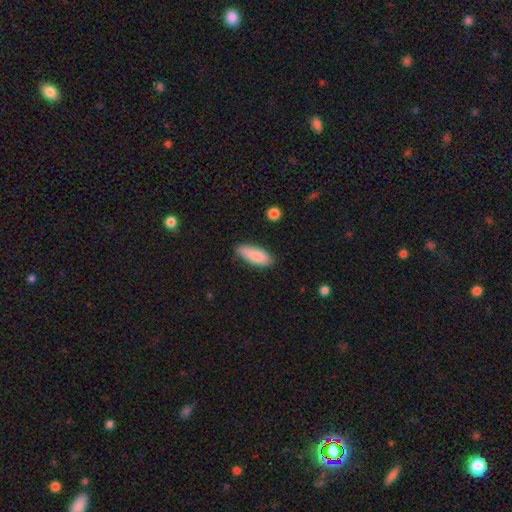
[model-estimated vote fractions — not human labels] Smooth or featured? smooth (86%)
How rounded? in between (71%)
Merging? none (75%)